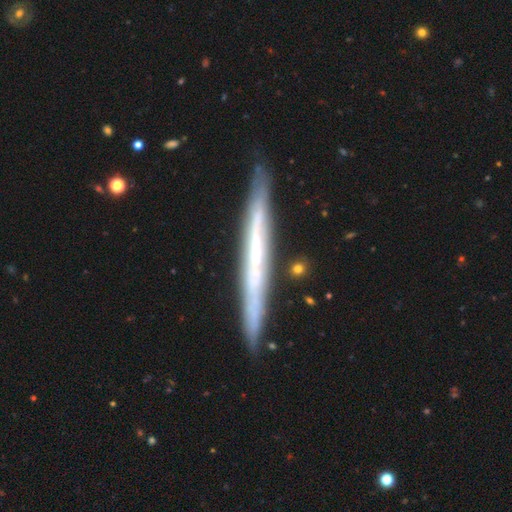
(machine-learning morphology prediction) A featured or disk galaxy (65%) viewed edge-on (94%) with no central bulge (86%). Merging: none (88%).